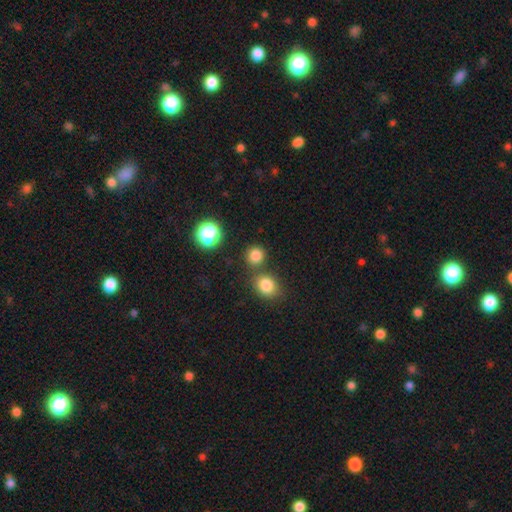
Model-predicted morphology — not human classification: Smooth or featured: smooth — 80% (star or artifact — 15%)
How rounded: round — 88% (in between — 11%)
Merging: none — 75% (merger — 15%)